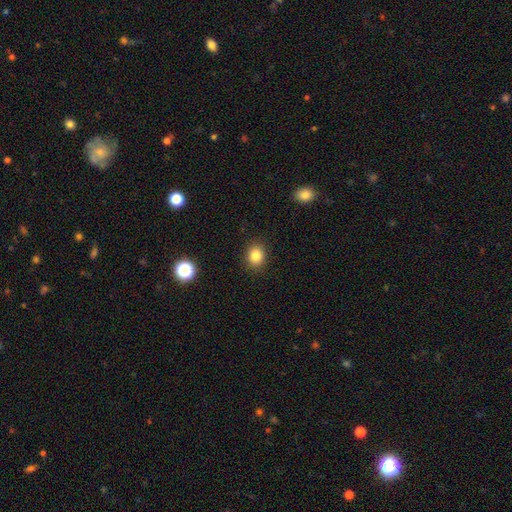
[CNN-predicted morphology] Smooth or featured? Predicted: smooth (p=0.84). How rounded? Predicted: round (p=0.66). Merging? Predicted: none (p=0.89).